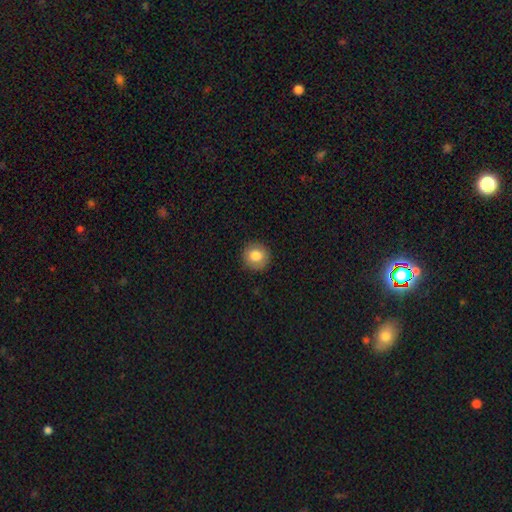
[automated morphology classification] Overall: smooth (81%). How rounded: round (92%). Merging: none (91%).